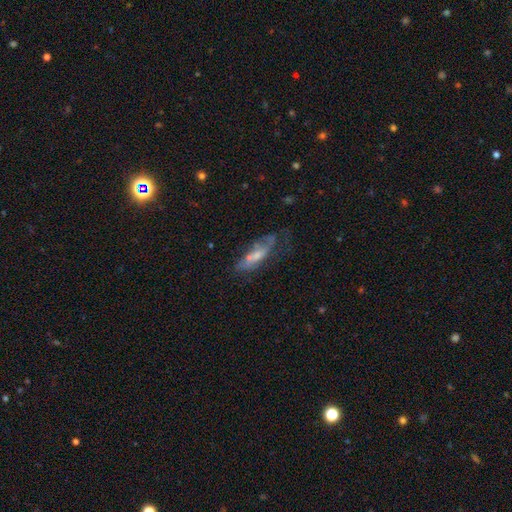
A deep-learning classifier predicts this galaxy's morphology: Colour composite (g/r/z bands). It shows a featured or disk galaxy (54%). Merging: none (38%).